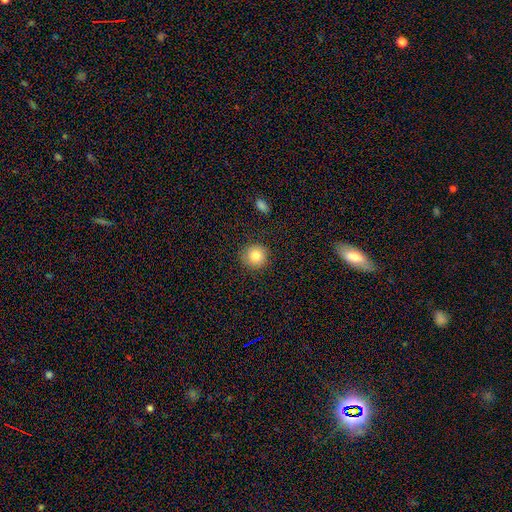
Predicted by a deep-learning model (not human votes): smooth_or_featured: smooth (p=0.83) [alt: star or artifact p=0.10]
how_rounded: round (p=0.92) [alt: in between p=0.07]
merging: none (p=0.88) [alt: minor disturbance p=0.08]